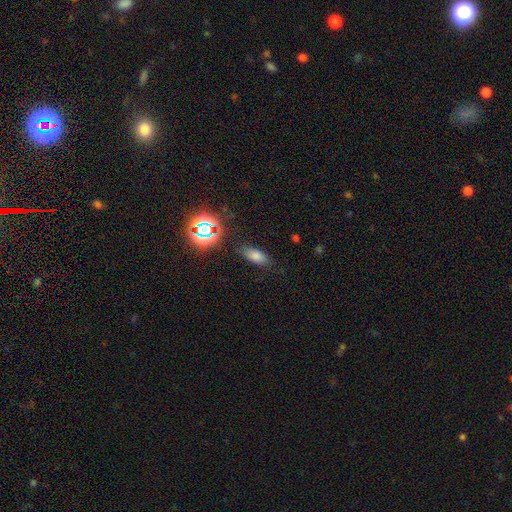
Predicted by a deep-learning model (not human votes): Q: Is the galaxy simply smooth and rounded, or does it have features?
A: smooth — 72%.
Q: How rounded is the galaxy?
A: in between — 80%.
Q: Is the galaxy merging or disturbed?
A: none — 81%.